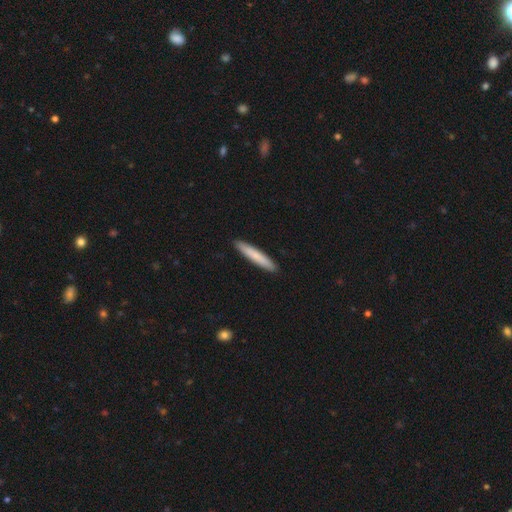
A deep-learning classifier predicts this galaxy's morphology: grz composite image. It shows a smooth galaxy with no disk features (78%) that is cigar-shaped (94%). Merging: none (92%).